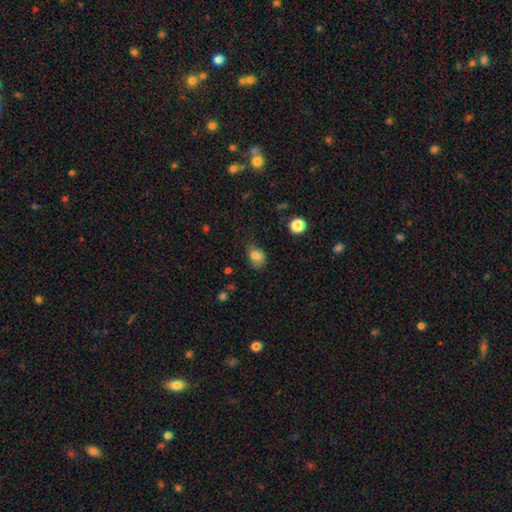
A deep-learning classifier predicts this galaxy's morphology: Smooth or featured? smooth (80%)
How rounded? in between (73%)
Merging? none (54%)